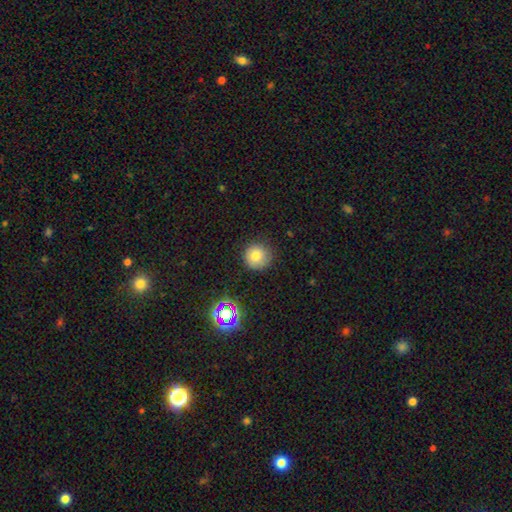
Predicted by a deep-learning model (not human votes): Smooth or featured: smooth — 78% (star or artifact — 14%)
How rounded: round — 94% (in between — 5%)
Merging: none — 84% (minor disturbance — 11%)